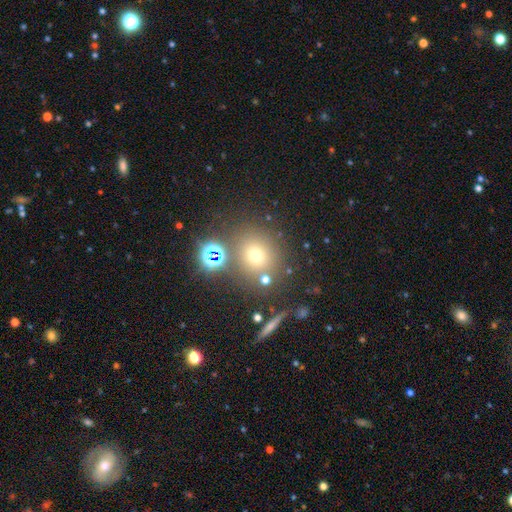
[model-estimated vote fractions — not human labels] This appears to be a smooth galaxy with no disk features (59%) that is round (85%). Merging: none (76%).